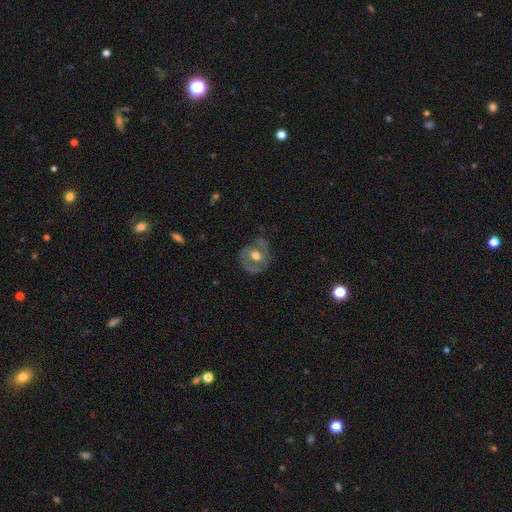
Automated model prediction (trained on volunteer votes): The model was most divided on "smooth or featured": featured or disk: 53%, smooth: 39%, star or artifact: 7%. More confident: edge-on disk — no (95%); bulge size — moderate (73%); bar — no (71%); spiral arms — no (67%); merging — none (67%).